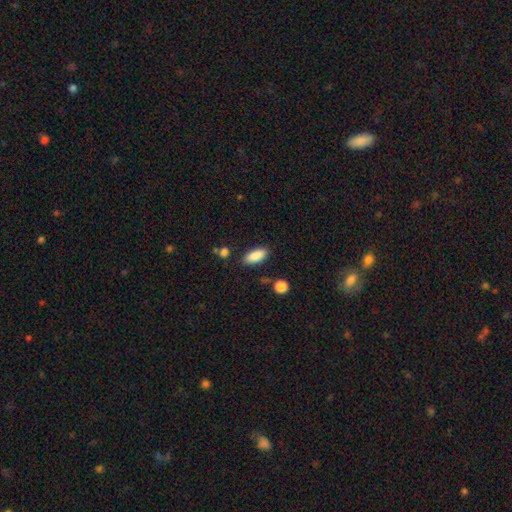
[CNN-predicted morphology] Q: Smooth or featured?
A: smooth (88%); runner-up: star or artifact (7%)
Q: How rounded?
A: in between (83%); runner-up: cigar-shaped (15%)
Q: Merging?
A: none (84%); runner-up: minor disturbance (11%)